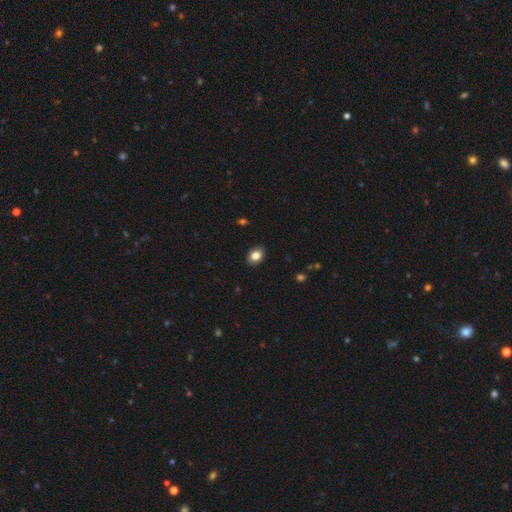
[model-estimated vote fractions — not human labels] smooth_or_featured: smooth (p=0.84) [alt: star or artifact p=0.08]
how_rounded: in between (p=0.72) [alt: round p=0.27]
merging: none (p=0.88) [alt: minor disturbance p=0.09]